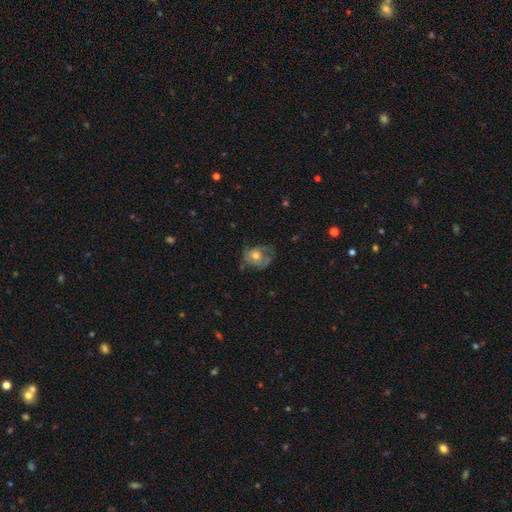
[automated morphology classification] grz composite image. It shows a smooth galaxy with no disk features (47%). Merging: none (43%).